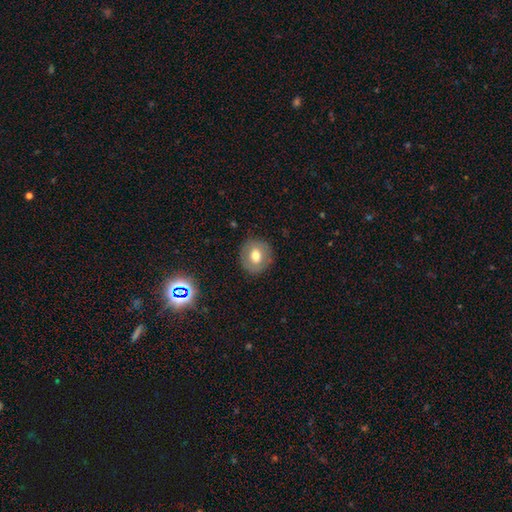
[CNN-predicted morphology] Q: Smooth or featured?
A: smooth (66%); runner-up: featured or disk (25%)
Q: How rounded?
A: round (84%); runner-up: in between (15%)
Q: Merging?
A: none (87%); runner-up: minor disturbance (9%)